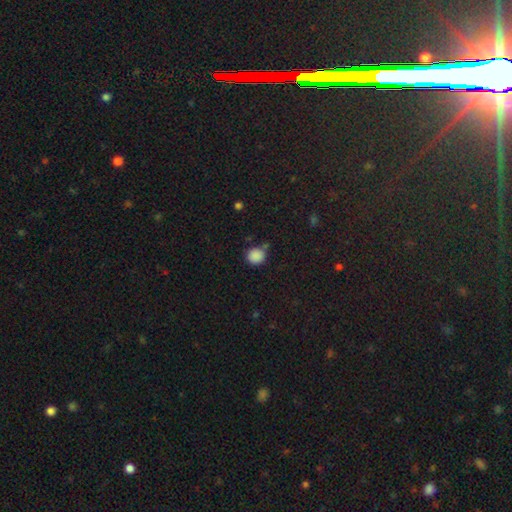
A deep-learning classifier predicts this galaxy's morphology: This appears to be a smooth galaxy with no disk features (87%) that is round (86%). Merging: none (76%).